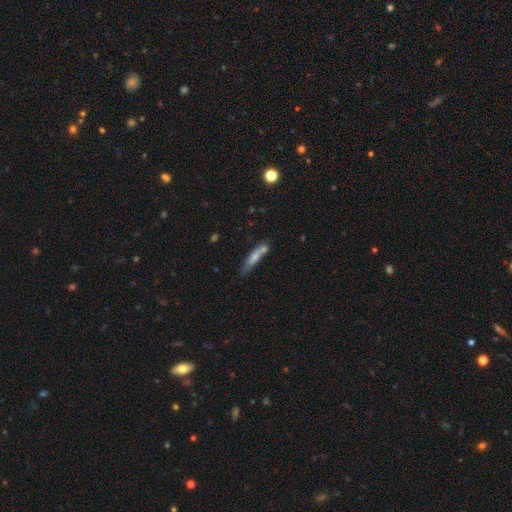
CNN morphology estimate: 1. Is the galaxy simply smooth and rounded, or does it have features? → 68% smooth, 24% featured or disk, 8% star or artifact.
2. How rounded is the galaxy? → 83% cigar-shaped, 15% in between, 2% round.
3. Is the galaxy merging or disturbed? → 54% none, 21% minor disturbance, 19% merger, 6% major disturbance.